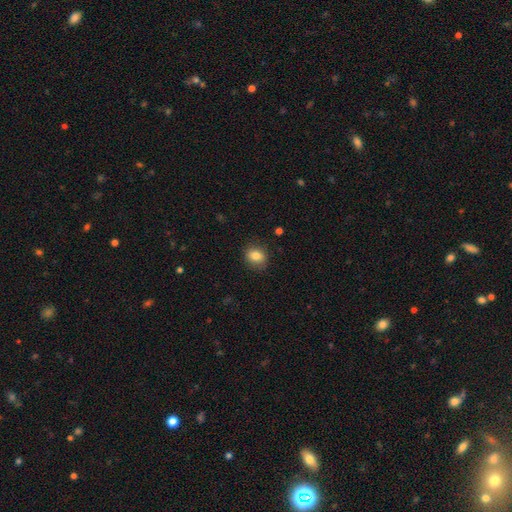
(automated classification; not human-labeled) This is clearly a smooth galaxy (82%). How rounded: possibly round (54%). Merging: clearly none (83%).